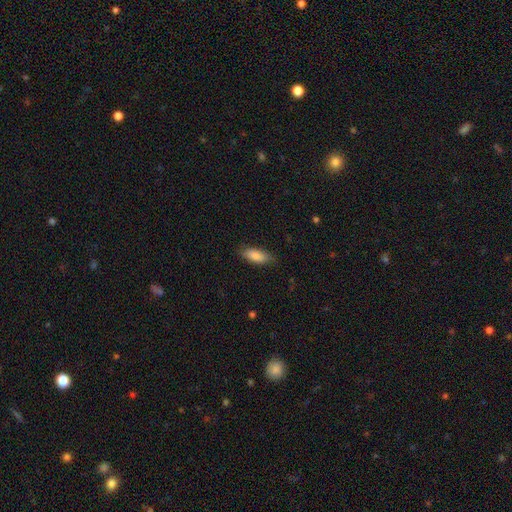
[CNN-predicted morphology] smooth-or-featured: smooth: 85% | featured or disk: 9% | star or artifact: 6%
  how-rounded: in between: 75% | cigar-shaped: 23% | round: 2%
  merging: none: 83% | minor disturbance: 13% | major disturbance: 3% | merger: 1%